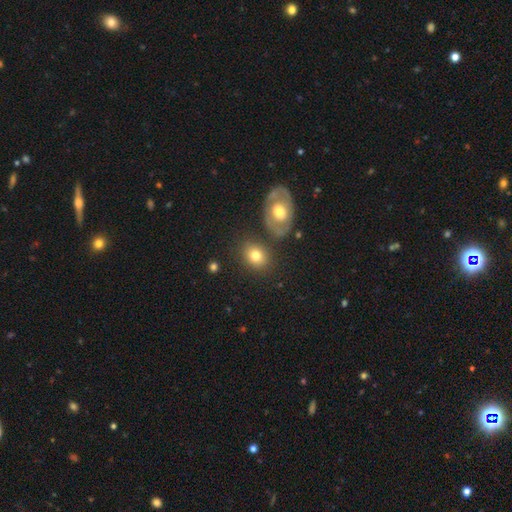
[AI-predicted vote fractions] Smooth or featured? smooth (75%)
How rounded? round (52%)
Merging? none (72%)